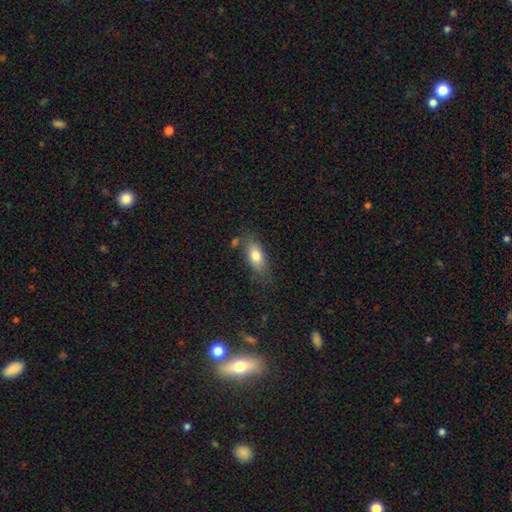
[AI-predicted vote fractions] A smooth galaxy with no disk features (78%) that is in between round and cigar-shaped (85%).

Vote fractions:
- Smooth or featured? smooth: 78% / featured or disk: 14% / star or artifact: 8%
- How rounded? in between: 85% / cigar-shaped: 10% / round: 5%
- Merging? none: 66% / minor disturbance: 21% / major disturbance: 7% / merger: 6%